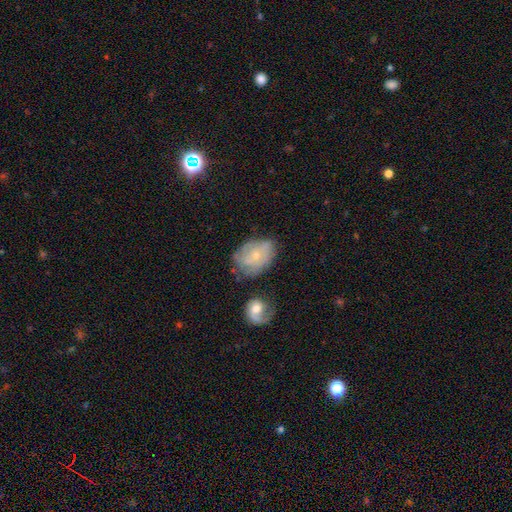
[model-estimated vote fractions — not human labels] A featured or disk galaxy (52%) with no bar (82%), spiral arms (65%) and a small central bulge (67%). Merging: none (50%).